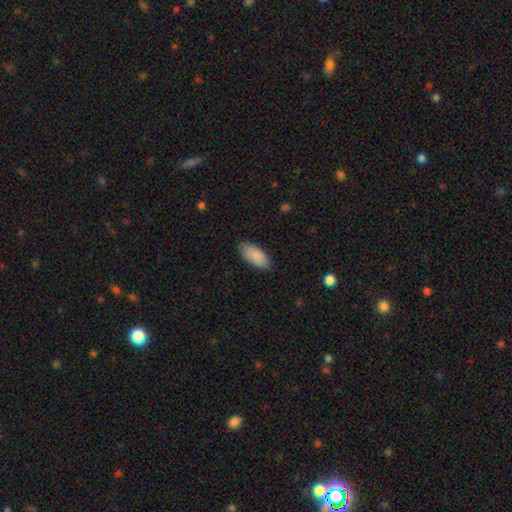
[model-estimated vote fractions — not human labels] A smooth galaxy with no disk features (88%) that is in between round and cigar-shaped (91%). Merging: none (82%).